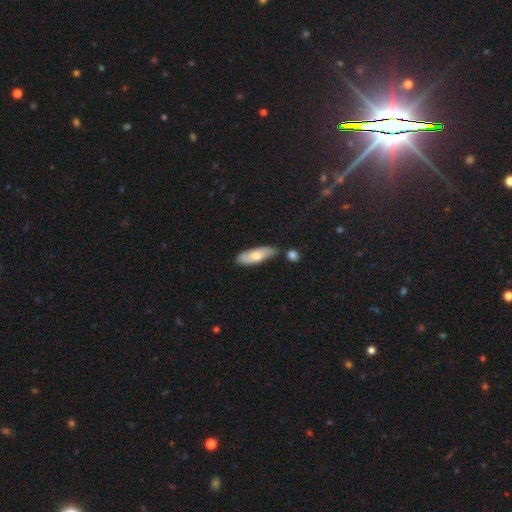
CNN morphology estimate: Smooth or featured?
  - smooth: 69% *
  - featured or disk: 25%
  - star or artifact: 6%
How rounded?
  - in between: 60% *
  - cigar-shaped: 37%
  - round: 2%
Merging?
  - none: 67% *
  - minor disturbance: 19%
  - merger: 10%
  - major disturbance: 4%